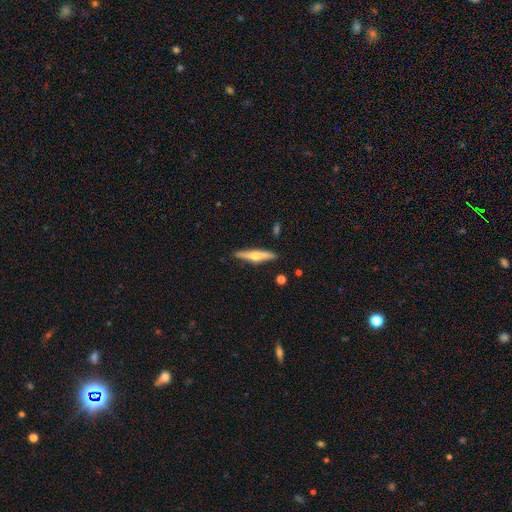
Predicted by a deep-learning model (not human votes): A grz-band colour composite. It shows a featured or disk galaxy (62%) viewed edge-on (96%) with a rounded central bulge (92%). Merging: none (88%).